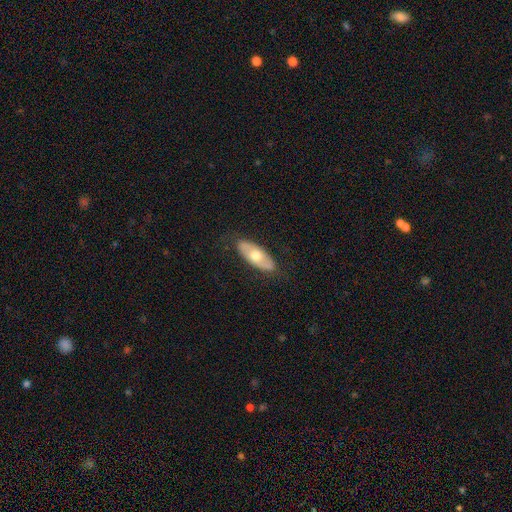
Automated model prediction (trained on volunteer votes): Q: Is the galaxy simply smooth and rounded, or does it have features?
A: smooth — 53%.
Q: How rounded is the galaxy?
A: in between — 83%.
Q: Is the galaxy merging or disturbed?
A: none — 83%.